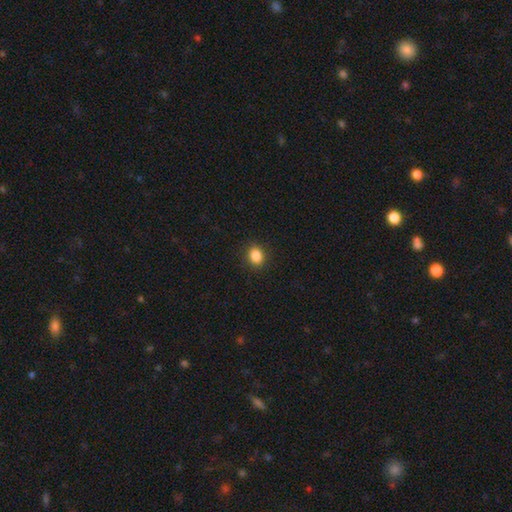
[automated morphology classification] The model was most divided on "how rounded": in between: 52%, round: 47%, cigar-shaped: 1%. More confident: merging — none (90%); smooth or featured — smooth (86%).